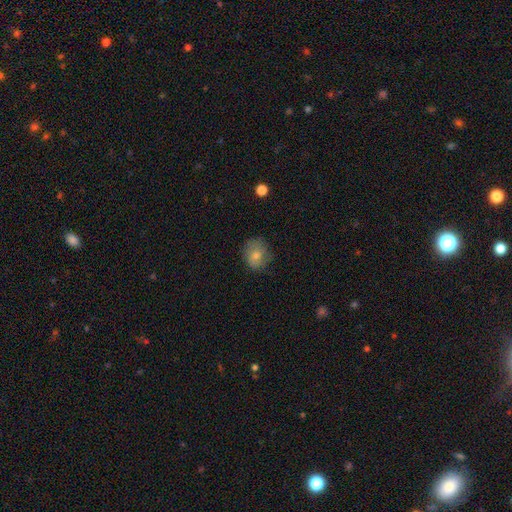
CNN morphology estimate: A smooth galaxy with no disk features (63%) that is round (66%).

Vote fractions:
- Smooth or featured? smooth: 63% / featured or disk: 26% / star or artifact: 11%
- How rounded? round: 66% / in between: 33% / cigar-shaped: 1%
- Merging? none: 74% / minor disturbance: 19% / major disturbance: 6% / merger: 1%